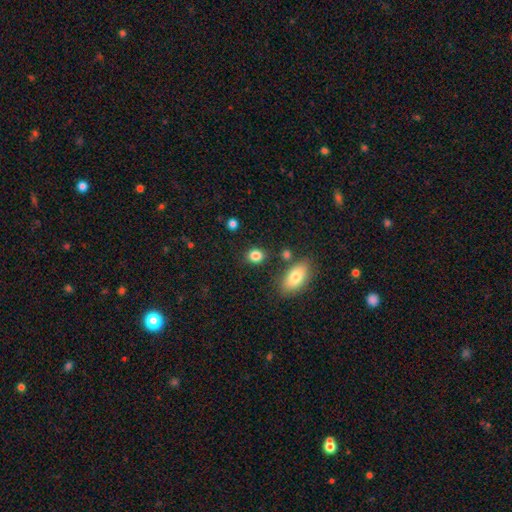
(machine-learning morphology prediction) This is clearly a smooth galaxy (85%). How rounded: possibly round (58%). Merging: clearly none (82%).